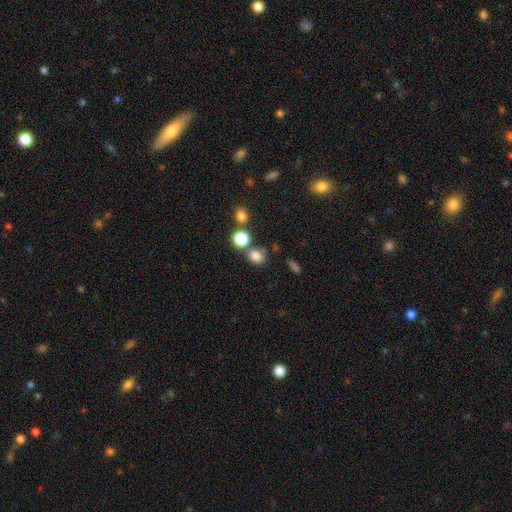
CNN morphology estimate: Smooth or featured? smooth (80%)
How rounded? round (59%)
Merging? none (64%)